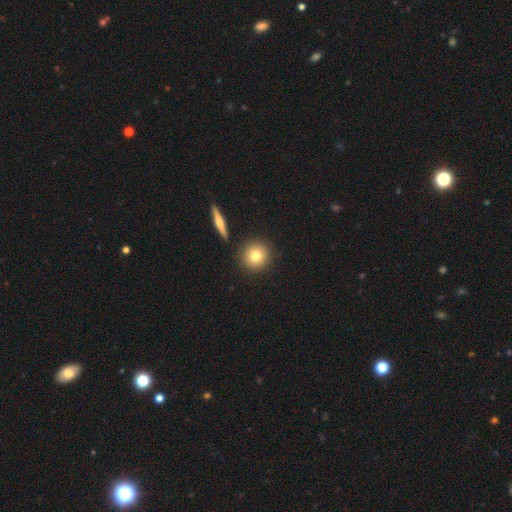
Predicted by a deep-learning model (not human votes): Smooth or featured? smooth (79%)
How rounded? round (92%)
Merging? none (87%)